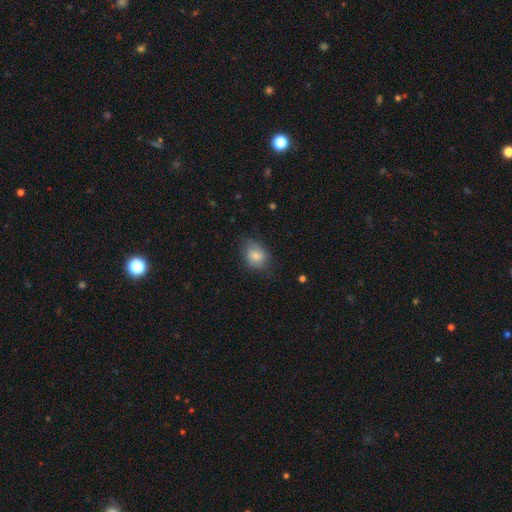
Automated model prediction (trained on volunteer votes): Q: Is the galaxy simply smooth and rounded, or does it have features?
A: smooth — 80%.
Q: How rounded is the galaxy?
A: in between — 62%.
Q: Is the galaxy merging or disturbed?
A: none — 67%.